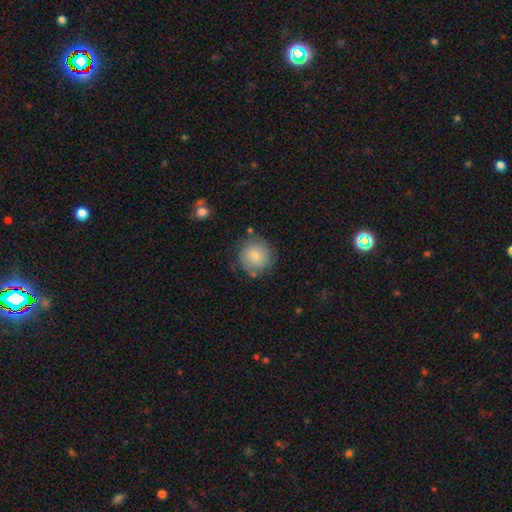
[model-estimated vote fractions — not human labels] Smooth or featured? Predicted: smooth (p=0.78). How rounded? Predicted: round (p=0.91). Merging? Predicted: none (p=0.75).